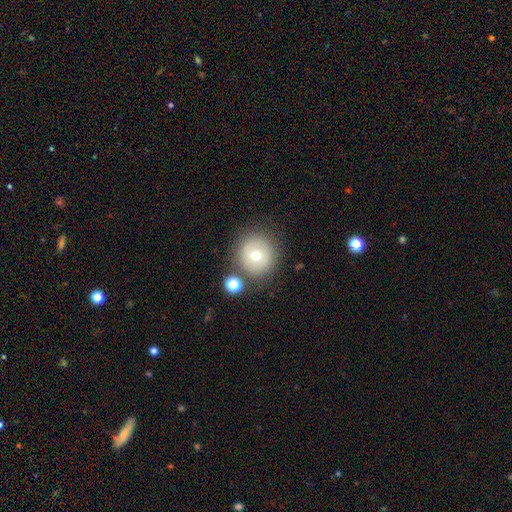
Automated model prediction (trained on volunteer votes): Overall: smooth (68%). How rounded: round (94%). Merging: none (78%).